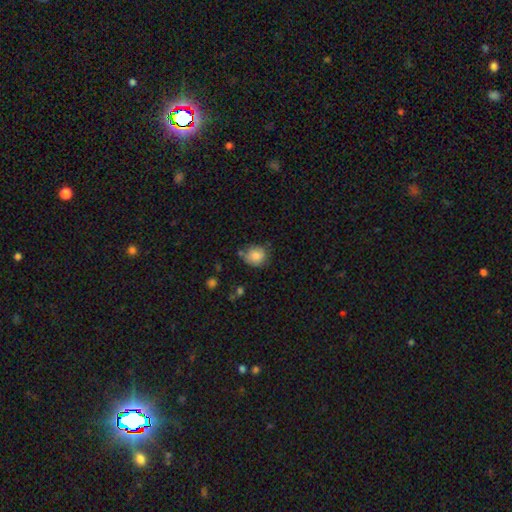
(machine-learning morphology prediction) Q: Smooth or featured?
A: smooth (83%); runner-up: star or artifact (9%)
Q: How rounded?
A: round (75%); runner-up: in between (24%)
Q: Merging?
A: none (66%); runner-up: minor disturbance (23%)